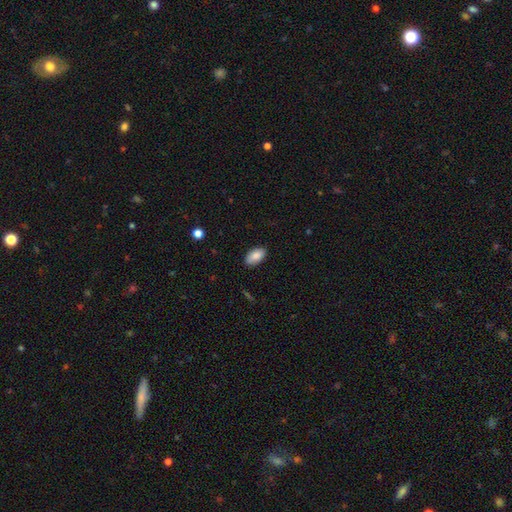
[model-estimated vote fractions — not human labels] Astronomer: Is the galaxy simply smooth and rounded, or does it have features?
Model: smooth — 85%.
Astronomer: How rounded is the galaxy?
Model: in between — 94%.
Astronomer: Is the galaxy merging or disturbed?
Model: none — 83%.